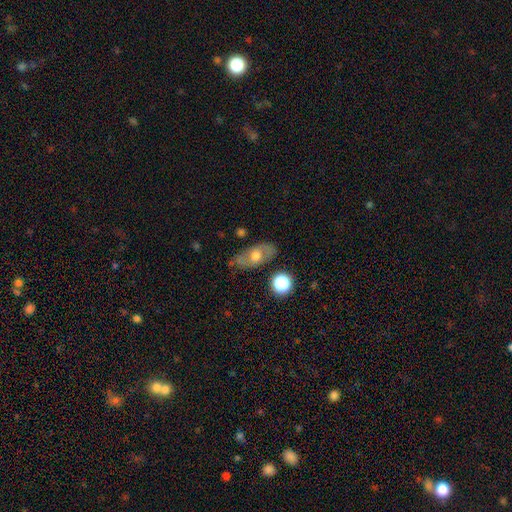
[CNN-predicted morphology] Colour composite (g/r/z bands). It shows a featured or disk galaxy (46%). Merging: none (77%).